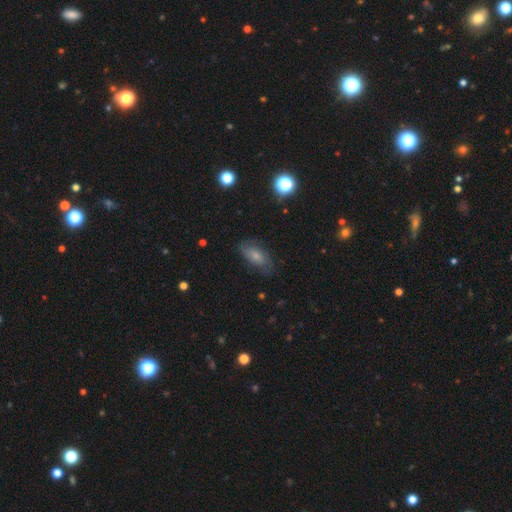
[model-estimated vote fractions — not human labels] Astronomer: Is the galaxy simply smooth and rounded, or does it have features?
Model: smooth — 51% (runner-up: featured or disk, 39%).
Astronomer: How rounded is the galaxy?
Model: in between — 88%.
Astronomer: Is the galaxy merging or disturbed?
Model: none — 72%.